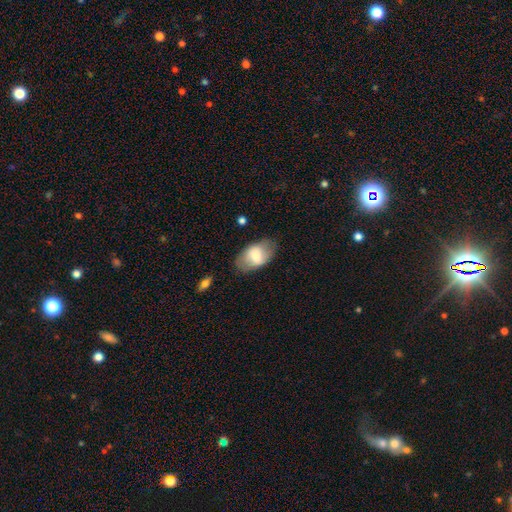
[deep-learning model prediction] smooth-or-featured: smooth: 64% | featured or disk: 29% | star or artifact: 7%
  how-rounded: in between: 92% | round: 6% | cigar-shaped: 2%
  merging: none: 76% | minor disturbance: 16% | major disturbance: 5% | merger: 2%